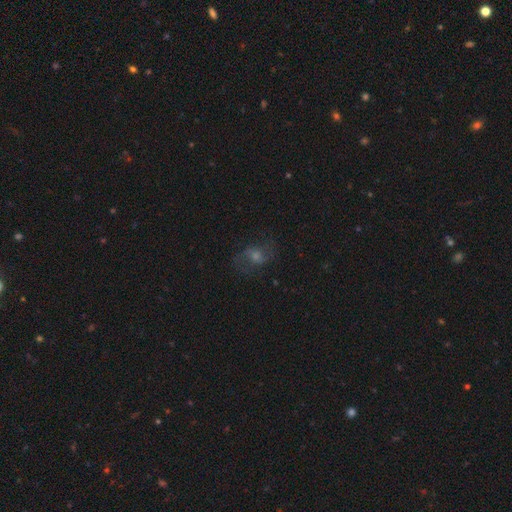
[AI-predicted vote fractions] Smooth or featured: featured or disk — 50% (smooth — 27%)
Merging: none — 71% (minor disturbance — 16%)